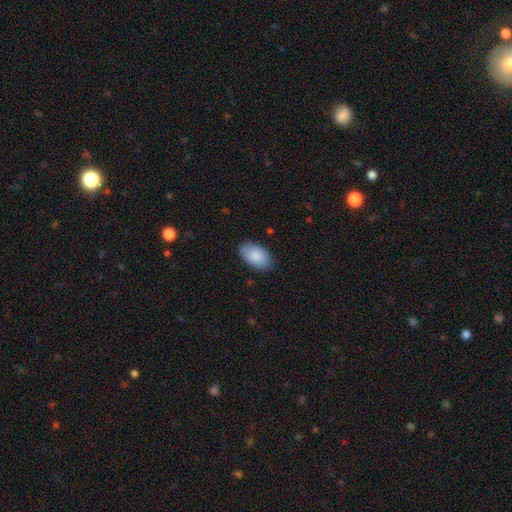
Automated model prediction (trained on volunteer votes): This appears to be a smooth galaxy with no disk features (88%) that is in between round and cigar-shaped (94%). Merging: none (85%).